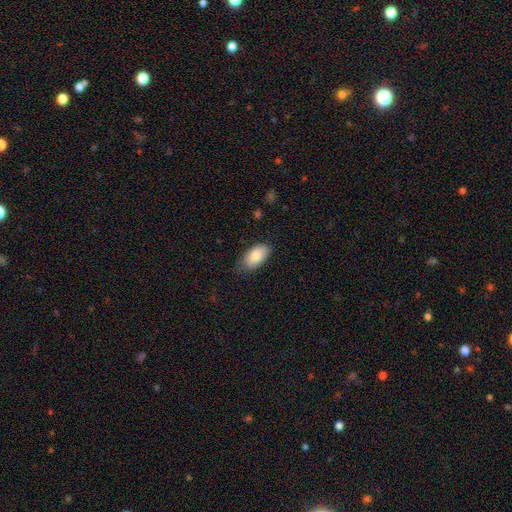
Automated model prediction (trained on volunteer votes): Morphology: type=smooth (82%); roundness=in between (94%); merging=none (69%).